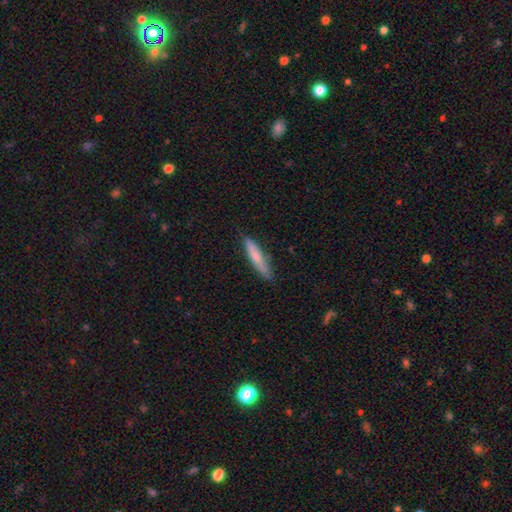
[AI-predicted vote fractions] This appears to be a smooth galaxy with no disk features (70%) that is cigar-shaped (89%). Merging: none (84%).